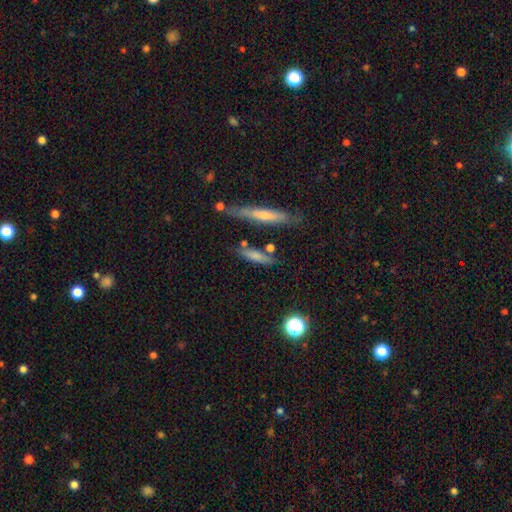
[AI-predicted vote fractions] smooth 68%, featured or disk 24%, star or artifact 9%. Down the decision tree: how rounded — cigar-shaped (74%); merging — none (71%).